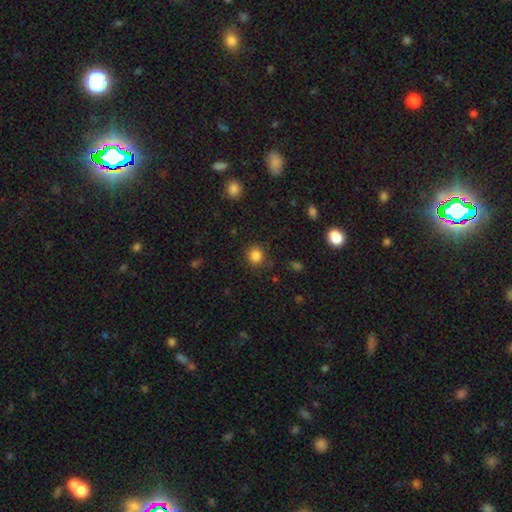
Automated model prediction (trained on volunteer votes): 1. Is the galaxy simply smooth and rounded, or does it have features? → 84% smooth, 12% star or artifact, 4% featured or disk.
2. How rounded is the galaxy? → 86% round, 13% in between, 1% cigar-shaped.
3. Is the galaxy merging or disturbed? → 86% none, 9% minor disturbance, 3% major disturbance, 2% merger.